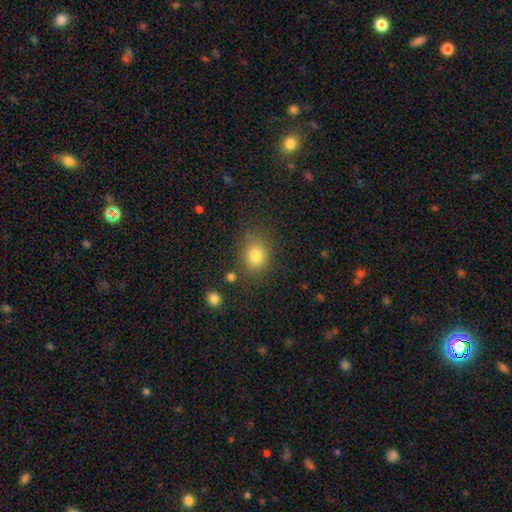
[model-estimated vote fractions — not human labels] Smooth or featured: smooth — 80% (star or artifact — 12%)
How rounded: round — 61% (in between — 38%)
Merging: none — 78% (minor disturbance — 13%)